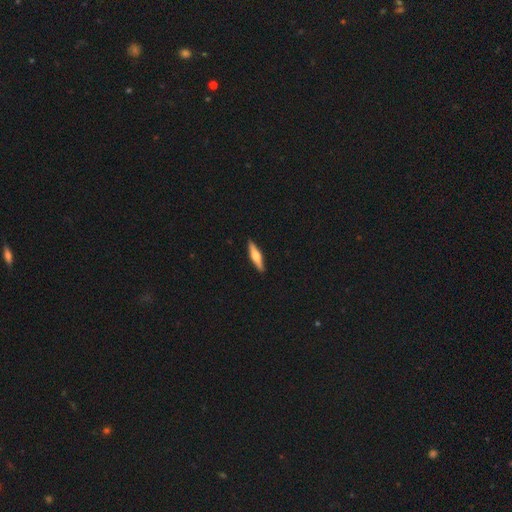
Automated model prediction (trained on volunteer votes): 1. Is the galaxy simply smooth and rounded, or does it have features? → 52% featured or disk, 43% smooth, 5% star or artifact.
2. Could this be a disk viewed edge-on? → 96% yes, 4% no.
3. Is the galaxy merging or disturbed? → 91% none, 6% minor disturbance, 1% major disturbance, 1% merger.